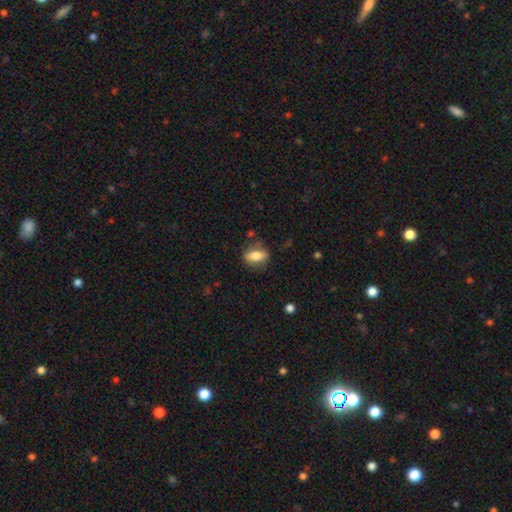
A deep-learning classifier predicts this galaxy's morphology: smooth 71%, featured or disk 21%, star or artifact 8%. Down the decision tree: how rounded — in between (74%); merging — none (76%).